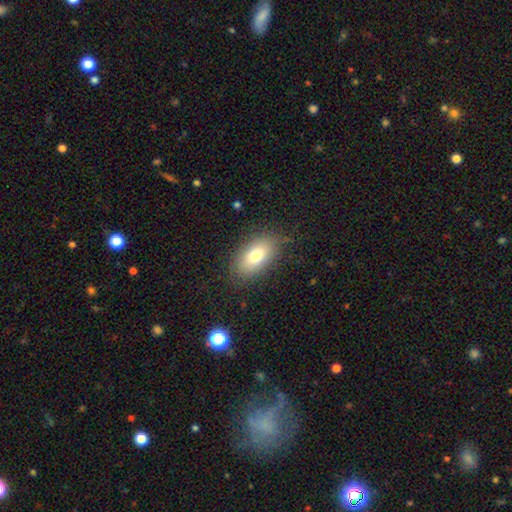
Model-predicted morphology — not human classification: Smooth or featured? Predicted: smooth (p=0.76). How rounded? Predicted: in between (p=0.90). Merging? Predicted: none (p=0.82).